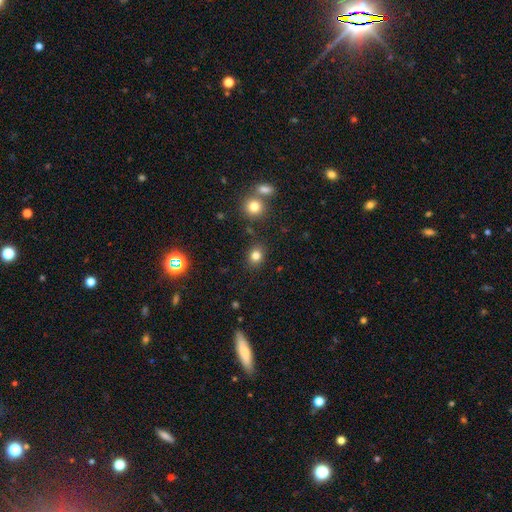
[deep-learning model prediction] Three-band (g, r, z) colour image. It shows a smooth galaxy with no disk features (80%) that is round (65%). Merging: none (84%).